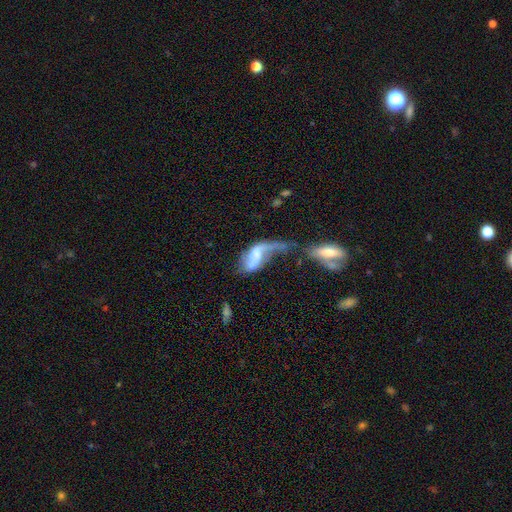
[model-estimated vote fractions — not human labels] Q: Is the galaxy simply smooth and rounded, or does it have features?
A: featured or disk — 62%.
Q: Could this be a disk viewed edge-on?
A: no — 93%.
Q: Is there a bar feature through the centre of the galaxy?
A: weak — 39%.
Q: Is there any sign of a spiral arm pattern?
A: yes — 68%.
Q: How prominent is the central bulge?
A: small — 32%.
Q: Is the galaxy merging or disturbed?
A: merger — 38%.